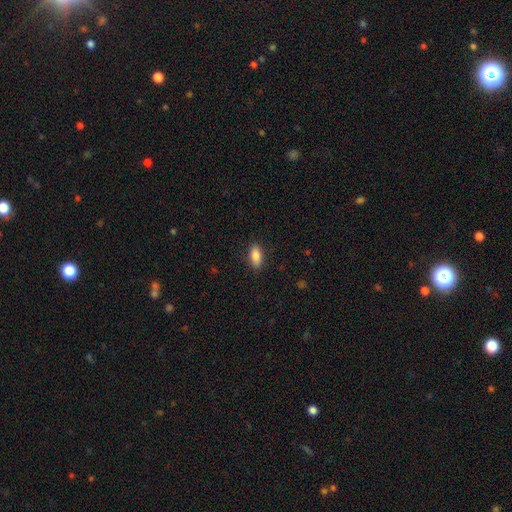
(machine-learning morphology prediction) smooth-or-featured: smooth: 87% | star or artifact: 7% | featured or disk: 6%
  how-rounded: in between: 88% | cigar-shaped: 8% | round: 4%
  merging: none: 88% | minor disturbance: 9% | major disturbance: 2% | merger: 1%